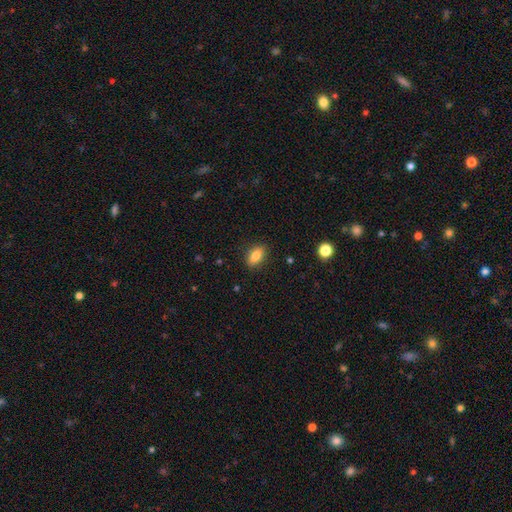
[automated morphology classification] type=smooth (83%); roundness=in between (86%); merging=none (88%).